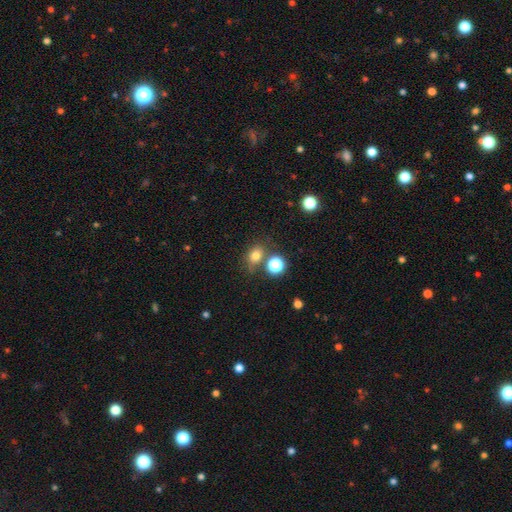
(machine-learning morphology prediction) type=smooth (76%); roundness=in between (51%); merging=none (65%).